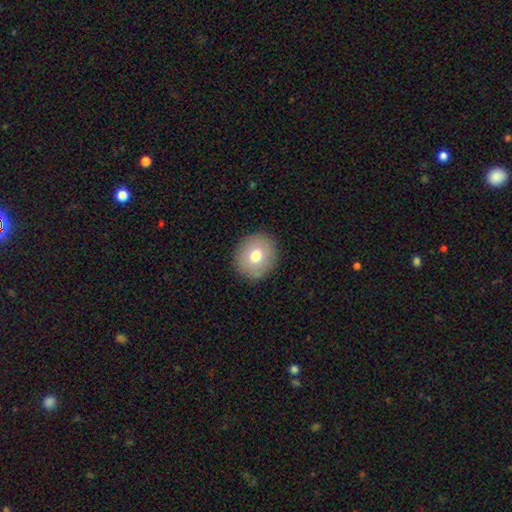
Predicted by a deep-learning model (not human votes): smooth_or_featured: smooth (p=0.73) [alt: featured or disk p=0.17]
how_rounded: round (p=0.83) [alt: in between p=0.16]
merging: none (p=0.89) [alt: minor disturbance p=0.07]